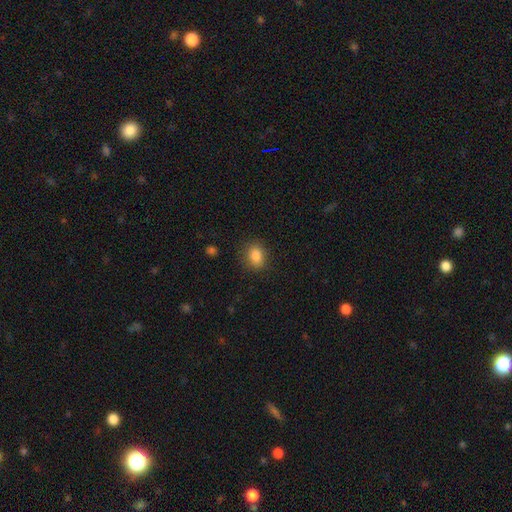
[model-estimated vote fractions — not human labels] smooth_or_featured: smooth (p=0.85) [alt: star or artifact p=0.10]
how_rounded: in between (p=0.59) [alt: round p=0.40]
merging: none (p=0.84) [alt: minor disturbance p=0.11]